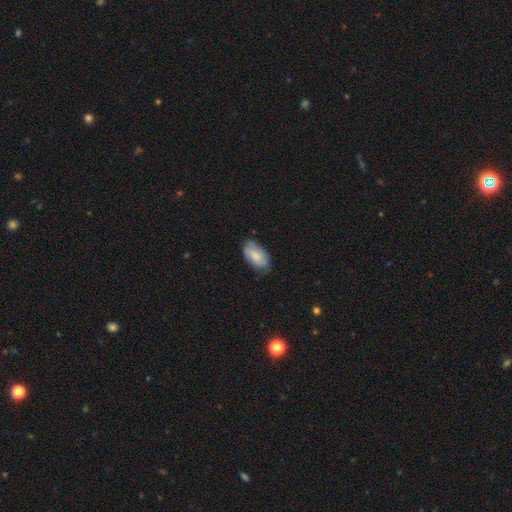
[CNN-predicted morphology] smooth_or_featured: smooth (p=0.76) [alt: featured or disk p=0.18]
how_rounded: in between (p=0.94) [alt: round p=0.04]
merging: none (p=0.70) [alt: minor disturbance p=0.25]